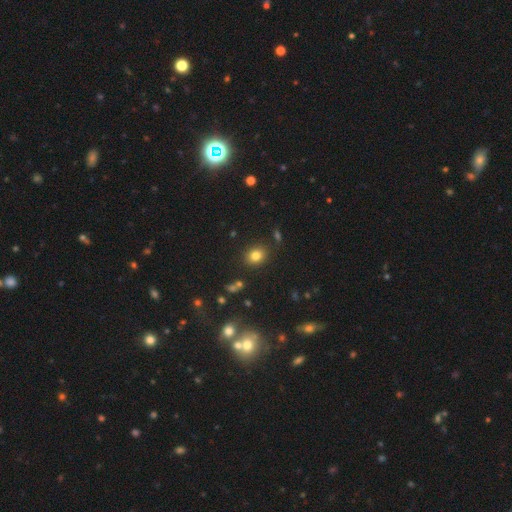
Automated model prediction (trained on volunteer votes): smooth-or-featured: smooth: 80% | star or artifact: 13% | featured or disk: 7%
  how-rounded: round: 60% | in between: 39% | cigar-shaped: 1%
  merging: none: 85% | minor disturbance: 9% | merger: 3% | major disturbance: 3%